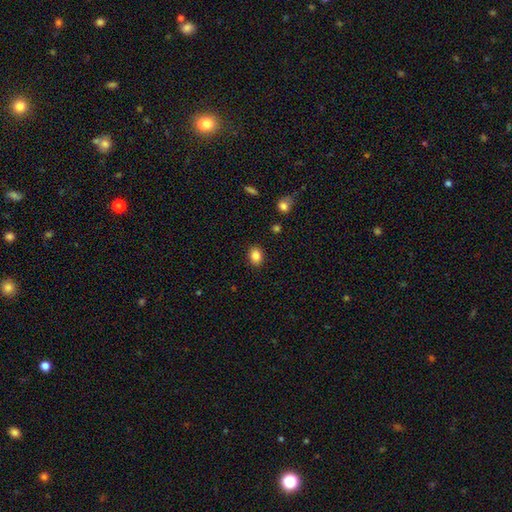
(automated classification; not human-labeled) Overall: smooth (85%). How rounded: in between (59%; round 40%). Merging: none (88%).